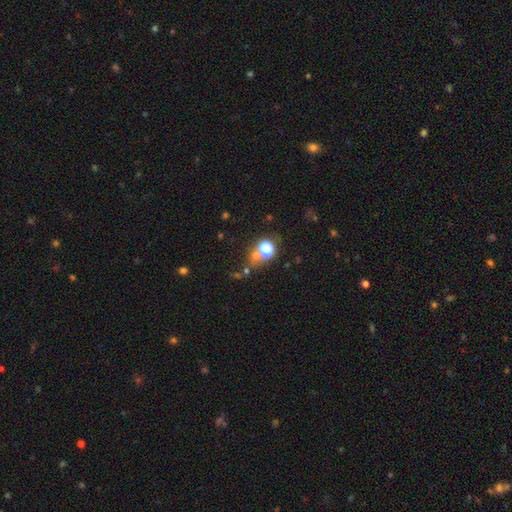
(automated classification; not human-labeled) Smooth or featured?
  - smooth: 50% *
  - star or artifact: 39%
  - featured or disk: 11%
Merging?
  - none: 56% *
  - merger: 26%
  - minor disturbance: 10%
  - major disturbance: 8%